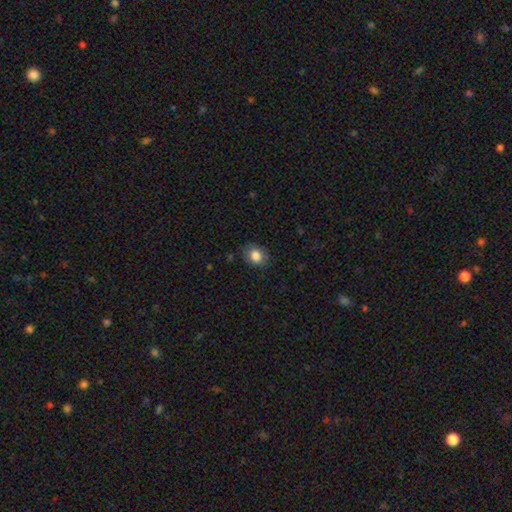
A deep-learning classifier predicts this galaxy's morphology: This appears to be a smooth galaxy with no disk features (84%) that is round (54%). Merging: none (84%).